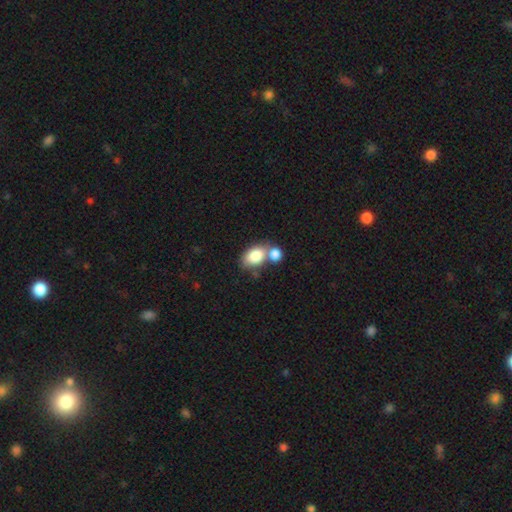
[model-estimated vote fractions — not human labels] smooth 82%, featured or disk 11%, star or artifact 7%. Down the decision tree: how rounded — in between (84%); merging — merger (52%).